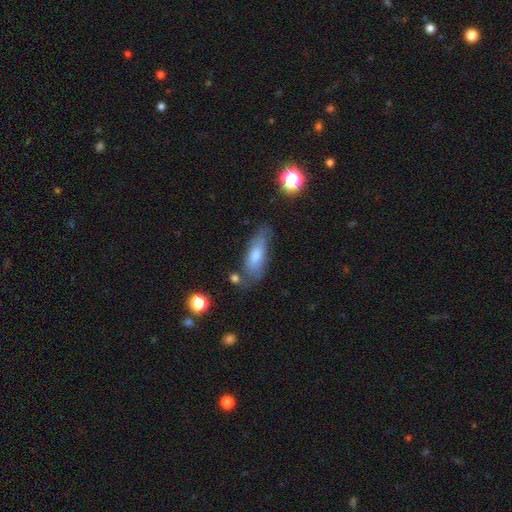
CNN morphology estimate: Overall: smooth (60%; featured or disk 31%). How rounded: in between (68%; cigar-shaped 29%). Merging: none (62%; minor disturbance 24%).